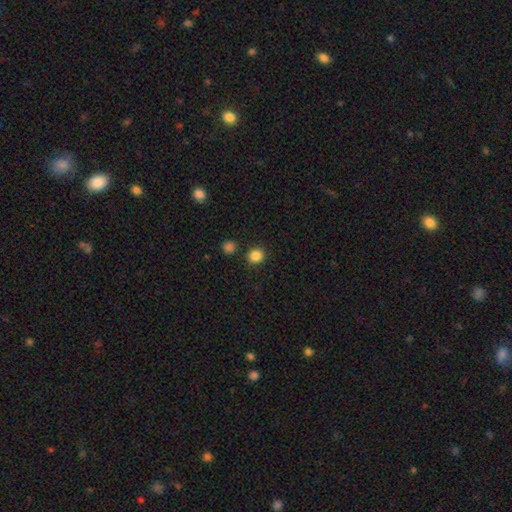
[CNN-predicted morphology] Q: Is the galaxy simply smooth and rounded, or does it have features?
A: smooth — 86%.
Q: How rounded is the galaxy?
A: round — 87%.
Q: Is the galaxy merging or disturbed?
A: none — 88%.